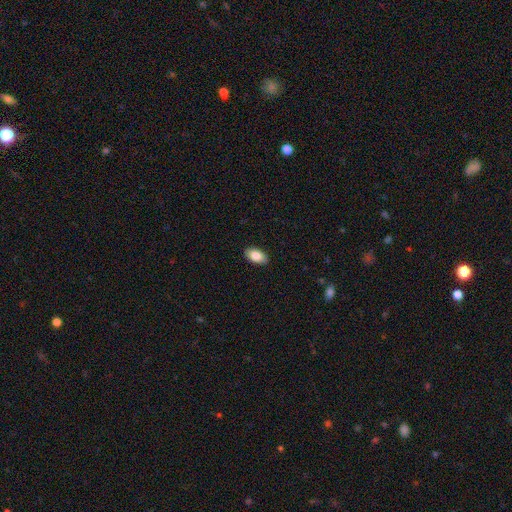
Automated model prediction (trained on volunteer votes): Smooth or featured: smooth — 85% (featured or disk — 9%)
How rounded: in between — 94% (round — 4%)
Merging: none — 90% (minor disturbance — 8%)